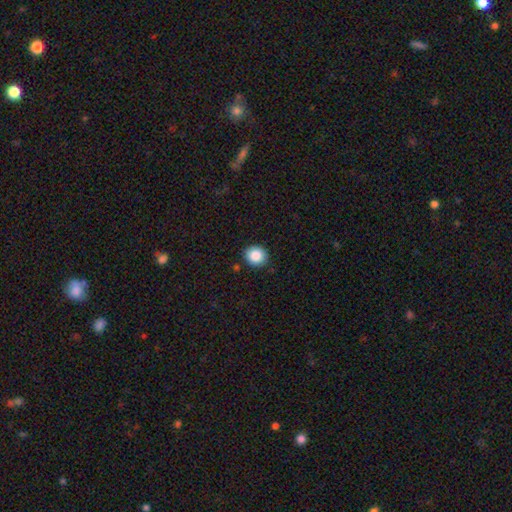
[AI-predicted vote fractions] Overall: smooth (86%). How rounded: round (82%). Merging: none (89%).